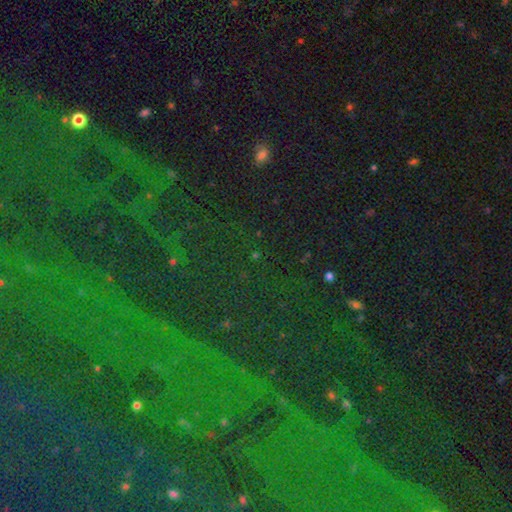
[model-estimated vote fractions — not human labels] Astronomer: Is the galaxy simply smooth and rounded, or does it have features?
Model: star or artifact — 75%.